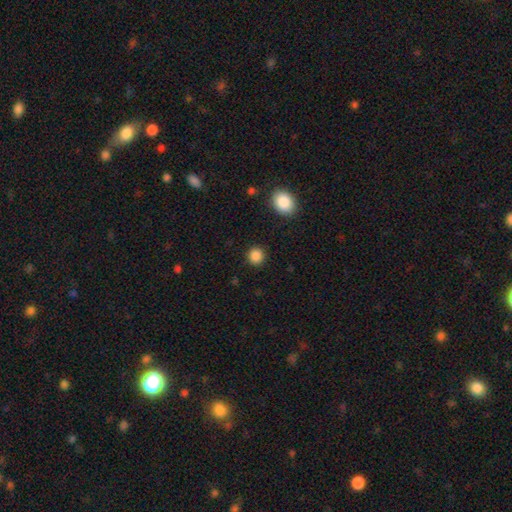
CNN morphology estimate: type=smooth (87%); roundness=round (87%); merging=none (91%).